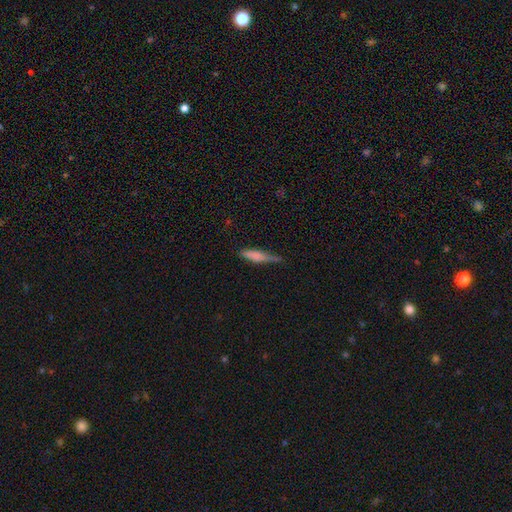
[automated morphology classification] smooth 68%, featured or disk 24%, star or artifact 8%. Down the decision tree: how rounded — cigar-shaped (74%); merging — none (53%).